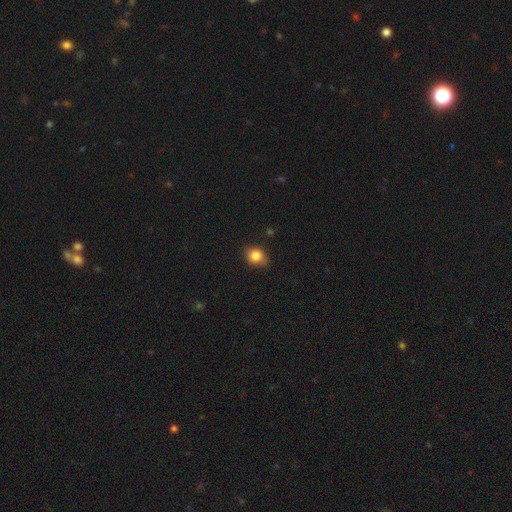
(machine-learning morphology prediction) smooth 84%, star or artifact 10%, featured or disk 6%. Down the decision tree: how rounded — round (58%); merging — none (79%).